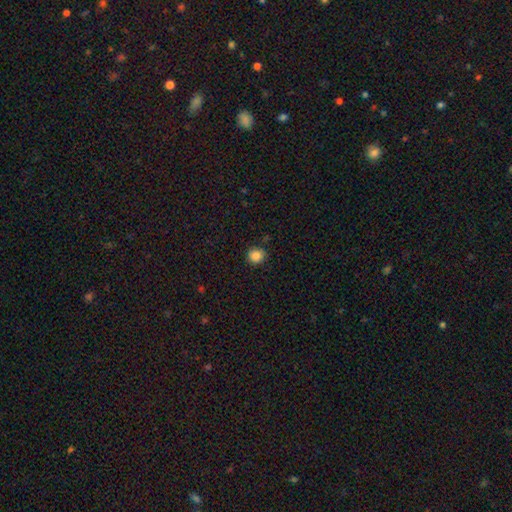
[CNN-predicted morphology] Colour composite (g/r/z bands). It shows a smooth galaxy with no disk features (86%) that is round (89%). Merging: none (85%).